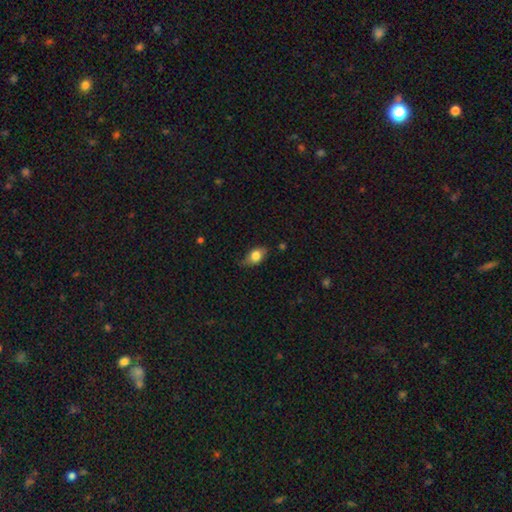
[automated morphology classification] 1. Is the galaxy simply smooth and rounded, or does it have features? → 78% smooth, 14% featured or disk, 8% star or artifact.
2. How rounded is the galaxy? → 79% in between, 18% round, 4% cigar-shaped.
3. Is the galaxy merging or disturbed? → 67% none, 26% minor disturbance, 5% major disturbance, 2% merger.